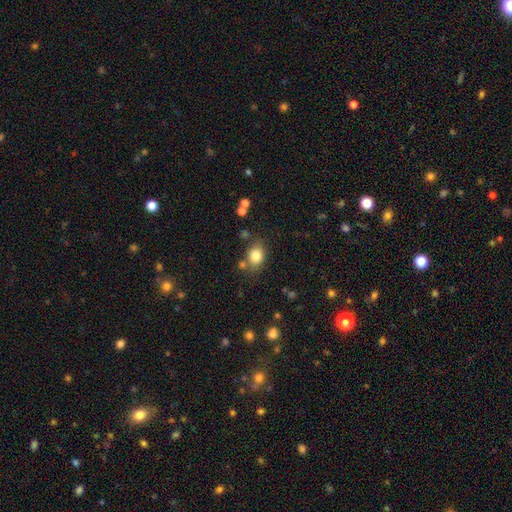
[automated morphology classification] type=smooth (81%); roundness=in between (52%); merging=none (71%).